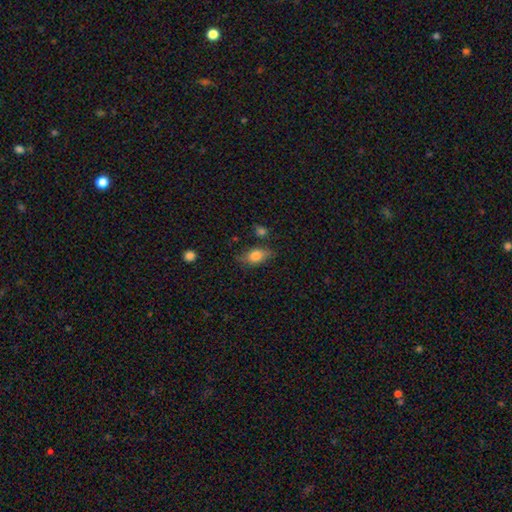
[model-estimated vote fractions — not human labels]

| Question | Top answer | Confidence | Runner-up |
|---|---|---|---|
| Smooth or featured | smooth | 77% | featured or disk (14%) |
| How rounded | in between | 83% | round (11%) |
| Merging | none | 68% | minor disturbance (22%) |